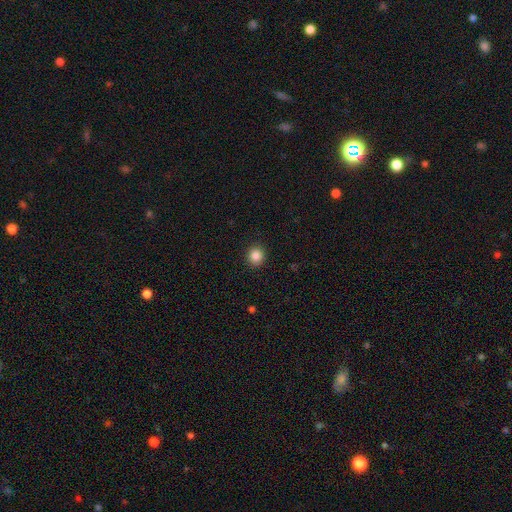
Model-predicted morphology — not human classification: Overall: smooth (86%). How rounded: round (87%). Merging: none (92%).